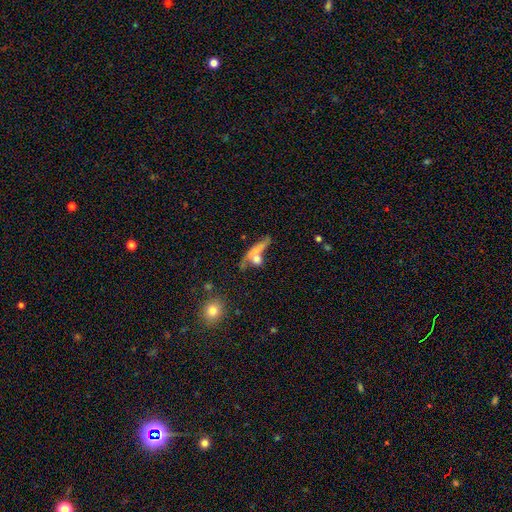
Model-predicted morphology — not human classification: Smooth or featured: smooth — 57% (featured or disk — 31%)
How rounded: cigar-shaped — 45% (in between — 36%)
Merging: merger — 38% (none — 31%)